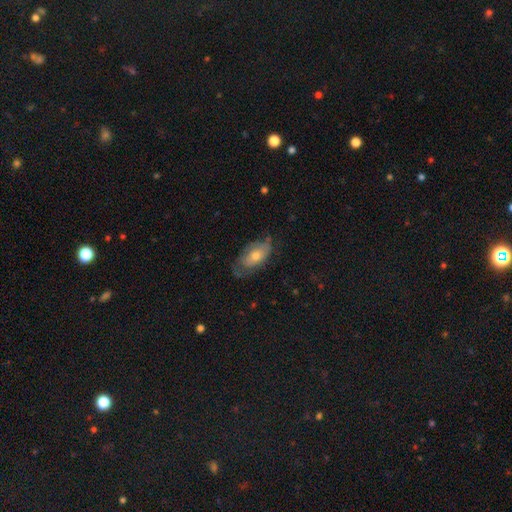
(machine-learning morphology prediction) A smooth galaxy with no disk features (49%).

Vote fractions:
- Smooth or featured? smooth: 49% / featured or disk: 44% / star or artifact: 7%
- Merging? none: 57% / minor disturbance: 29% / major disturbance: 12% / merger: 1%